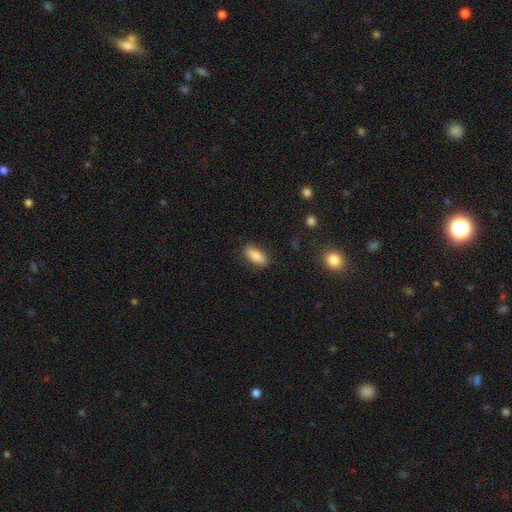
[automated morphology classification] A smooth galaxy with no disk features (86%) that is in between round and cigar-shaped (78%).

Vote fractions:
- Smooth or featured? smooth: 86% / star or artifact: 7% / featured or disk: 7%
- How rounded? in between: 78% / cigar-shaped: 19% / round: 2%
- Merging? none: 86% / minor disturbance: 10% / major disturbance: 3% / merger: 1%